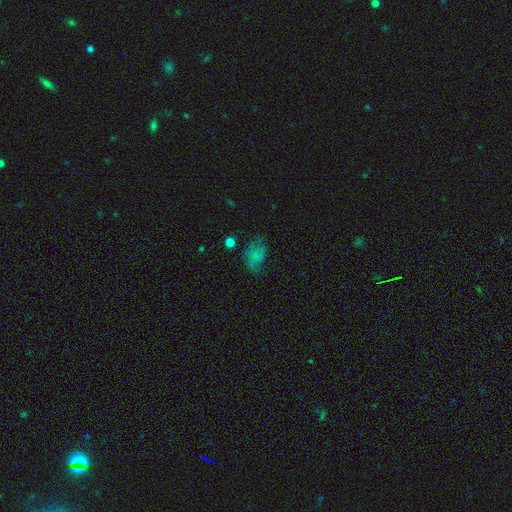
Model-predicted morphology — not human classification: This appears to be a smooth galaxy with no disk features (57%) that is in between round and cigar-shaped (79%). Merging: none (45%).